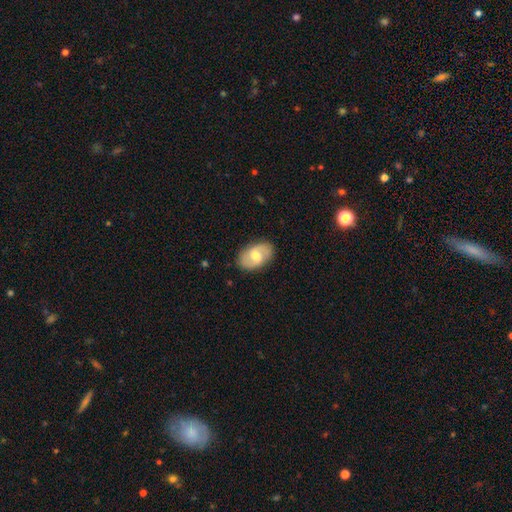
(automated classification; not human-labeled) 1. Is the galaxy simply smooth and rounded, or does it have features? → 50% featured or disk, 44% smooth, 6% star or artifact.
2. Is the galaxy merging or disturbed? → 83% none, 12% minor disturbance, 3% major disturbance, 1% merger.